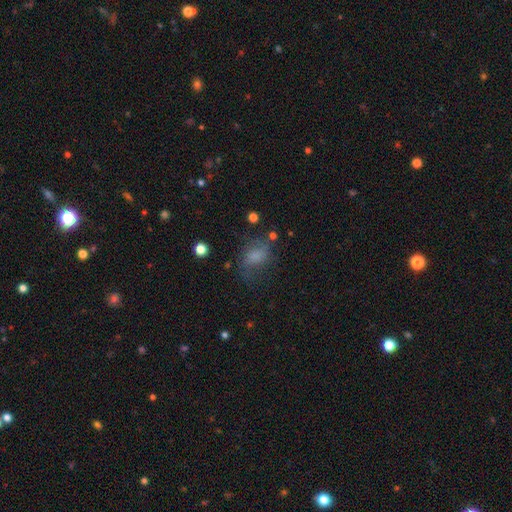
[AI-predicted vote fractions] A smooth galaxy with no disk features (61%) that is in between round and cigar-shaped (74%).

Vote fractions:
- Smooth or featured? smooth: 61% / featured or disk: 24% / star or artifact: 15%
- How rounded? in between: 74% / round: 23% / cigar-shaped: 3%
- Merging? none: 51% / minor disturbance: 25% / major disturbance: 21% / merger: 3%